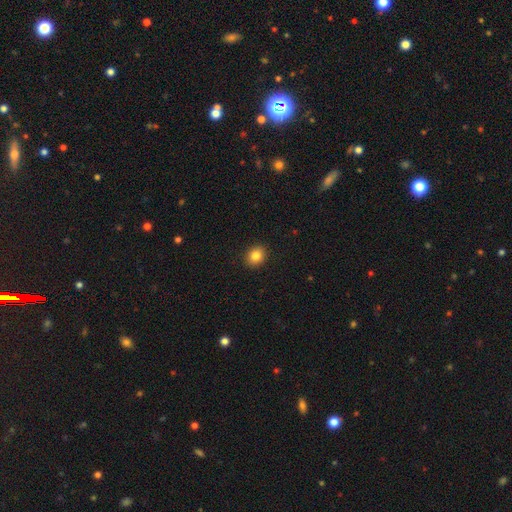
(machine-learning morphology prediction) Smooth or featured? smooth (84%)
How rounded? round (64%)
Merging? none (92%)